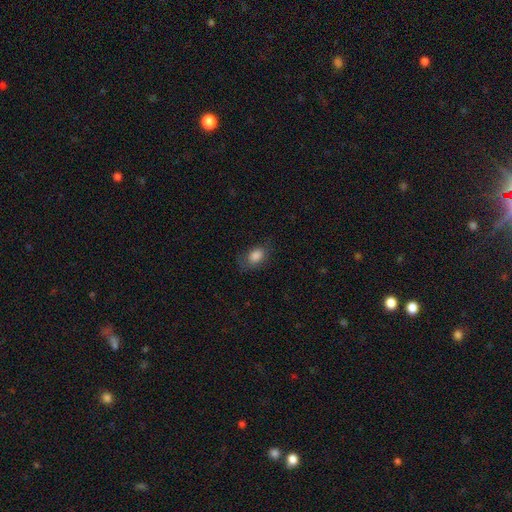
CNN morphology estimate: Smooth or featured?
  - smooth: 83% *
  - star or artifact: 9%
  - featured or disk: 8%
How rounded?
  - in between: 76% *
  - round: 23%
  - cigar-shaped: 2%
Merging?
  - none: 66% *
  - minor disturbance: 23%
  - major disturbance: 10%
  - merger: 1%